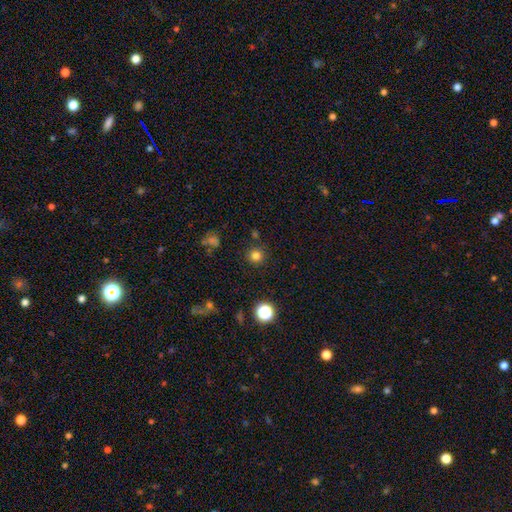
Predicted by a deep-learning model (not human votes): A smooth galaxy with no disk features (78%) that is round (94%). Merging: none (88%).